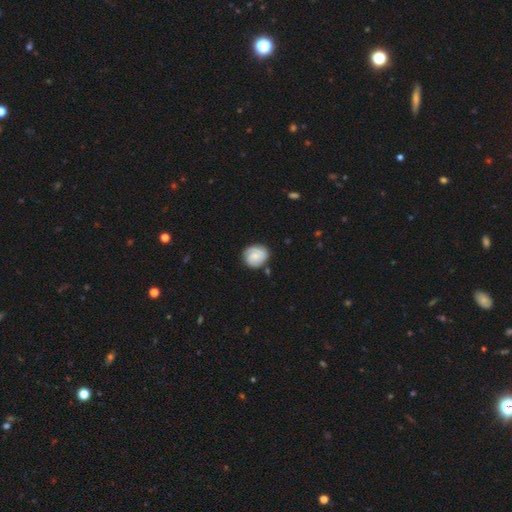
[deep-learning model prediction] Q: Smooth or featured?
A: smooth (52%); runner-up: featured or disk (41%)
Q: How rounded?
A: round (75%); runner-up: in between (24%)
Q: Merging?
A: none (76%); runner-up: minor disturbance (17%)